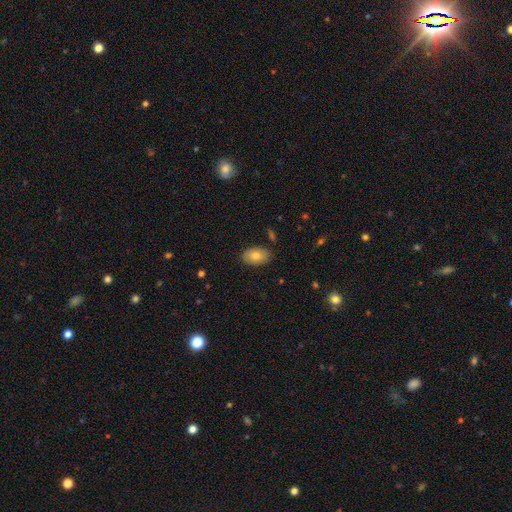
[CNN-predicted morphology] Q: Smooth or featured?
A: smooth (78%); runner-up: featured or disk (15%)
Q: How rounded?
A: in between (92%); runner-up: round (7%)
Q: Merging?
A: none (86%); runner-up: minor disturbance (11%)